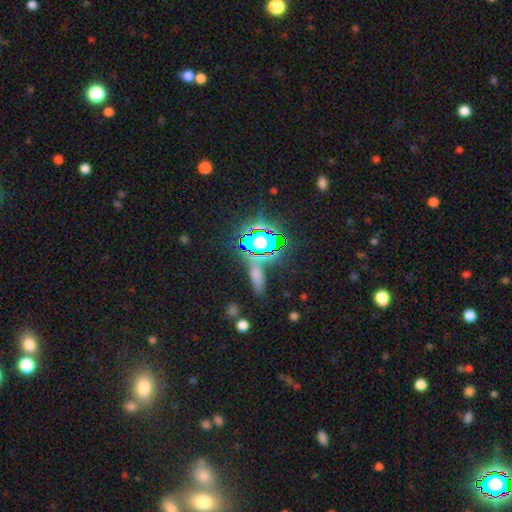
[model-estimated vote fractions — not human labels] Smooth or featured: star or artifact — 80% (smooth — 12%)